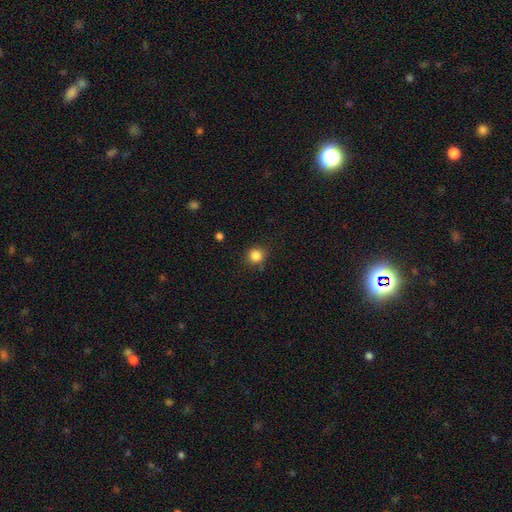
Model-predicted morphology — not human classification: Smooth or featured? Predicted: smooth (p=0.84). How rounded? Predicted: round (p=0.91). Merging? Predicted: none (p=0.87).